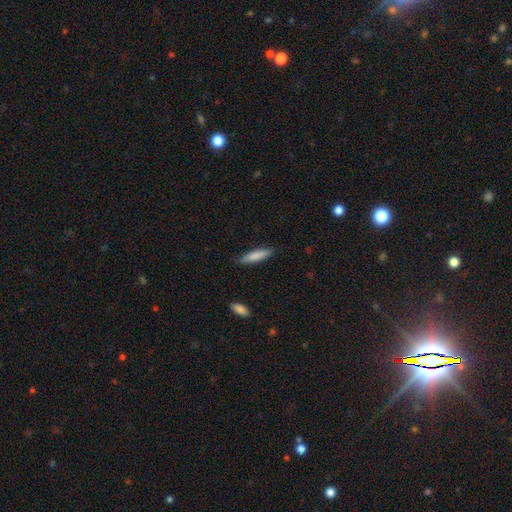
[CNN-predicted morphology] smooth 80%, featured or disk 15%, star or artifact 6%. Down the decision tree: how rounded — cigar-shaped (79%); merging — none (86%).